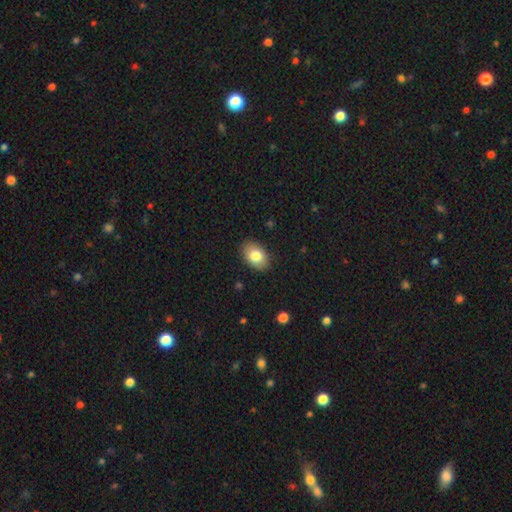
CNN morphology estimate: Overall: smooth (81%). How rounded: in between (87%). Merging: none (88%).